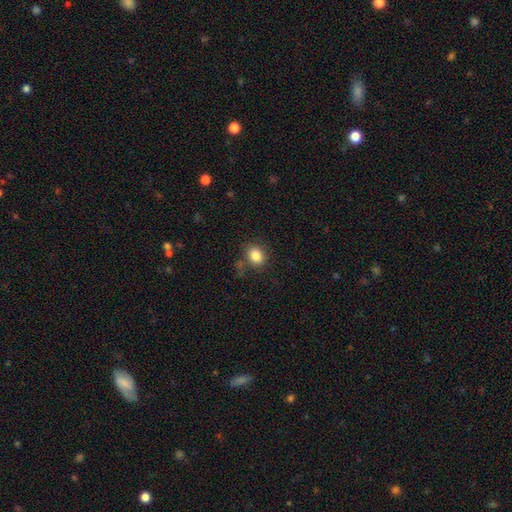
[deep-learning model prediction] Smooth or featured: smooth — 84% (star or artifact — 10%)
How rounded: in between — 50% (round — 49%)
Merging: none — 76% (minor disturbance — 14%)